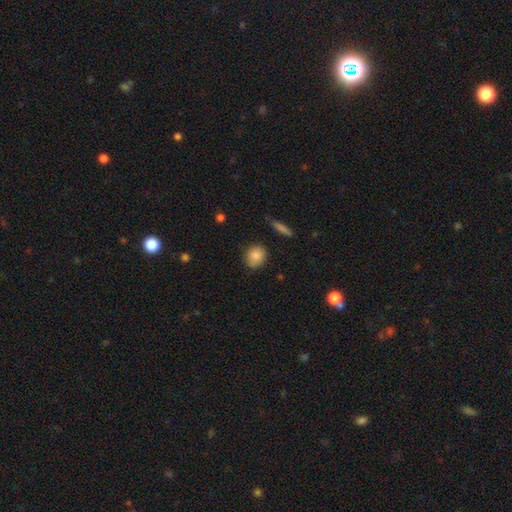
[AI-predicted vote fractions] Smooth or featured: smooth — 86% (star or artifact — 8%)
How rounded: round — 66% (in between — 32%)
Merging: none — 81% (minor disturbance — 15%)